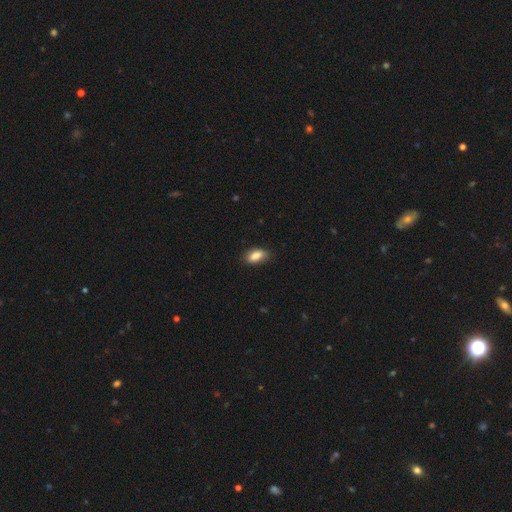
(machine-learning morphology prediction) A smooth galaxy with no disk features (85%) that is in between round and cigar-shaped (90%). Merging: none (82%).